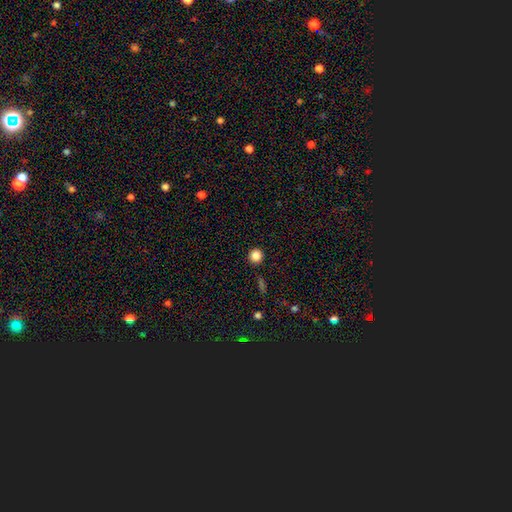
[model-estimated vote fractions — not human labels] This is clearly a smooth galaxy (85%). How rounded: clearly round (94%). Merging: clearly none (92%).